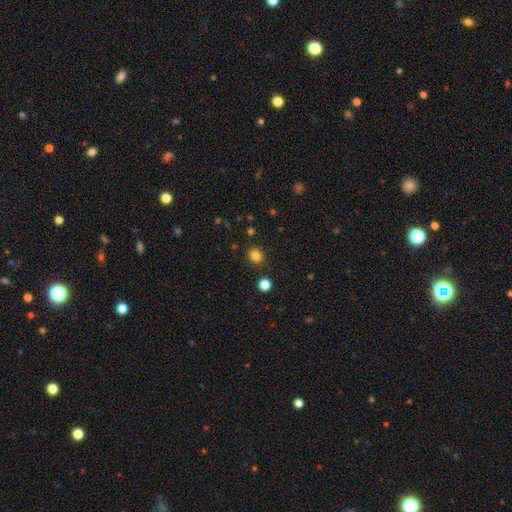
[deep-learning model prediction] A smooth galaxy with no disk features (82%) that is round (70%).

Vote fractions:
- Smooth or featured? smooth: 82% / star or artifact: 14% / featured or disk: 4%
- How rounded? round: 70% / in between: 29% / cigar-shaped: 1%
- Merging? none: 86% / minor disturbance: 8% / merger: 3% / major disturbance: 3%